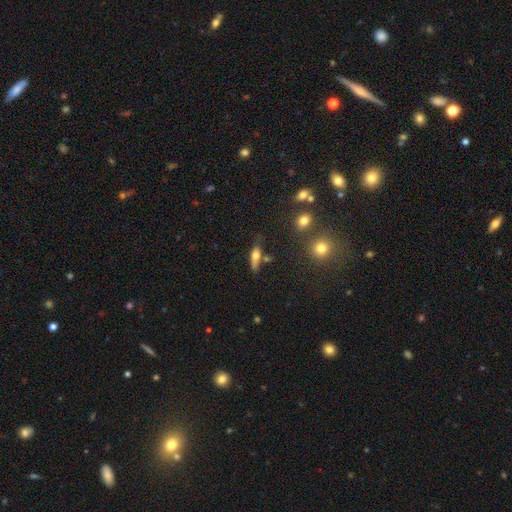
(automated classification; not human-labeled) A smooth galaxy with no disk features (58%) that is in between round and cigar-shaped (50%). Merging: none (53%).